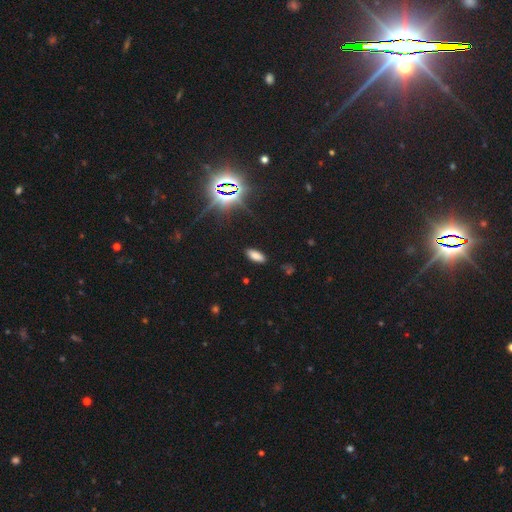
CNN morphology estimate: Smooth or featured? smooth (76%)
How rounded? in between (83%)
Merging? none (88%)